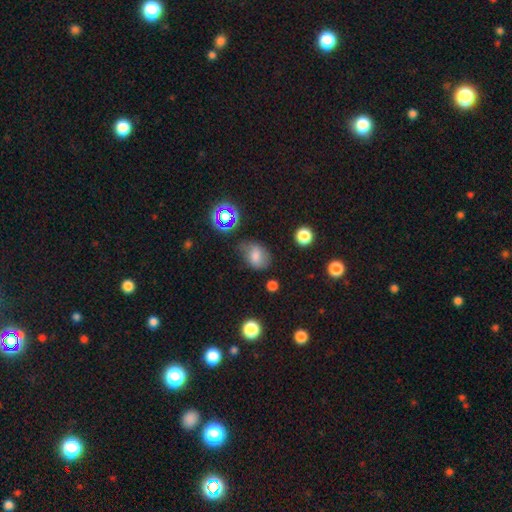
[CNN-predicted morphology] smooth-or-featured: smooth: 65% | featured or disk: 20% | star or artifact: 15%
  how-rounded: in between: 67% | round: 32% | cigar-shaped: 1%
  merging: none: 53% | minor disturbance: 30% | major disturbance: 13% | merger: 5%